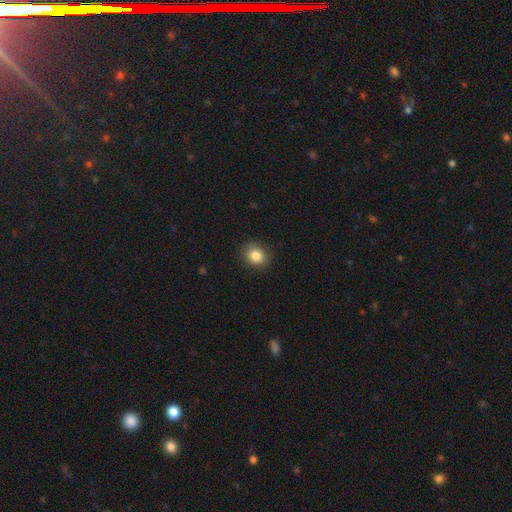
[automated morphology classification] type=smooth (84%); roundness=round (71%); merging=none (88%).